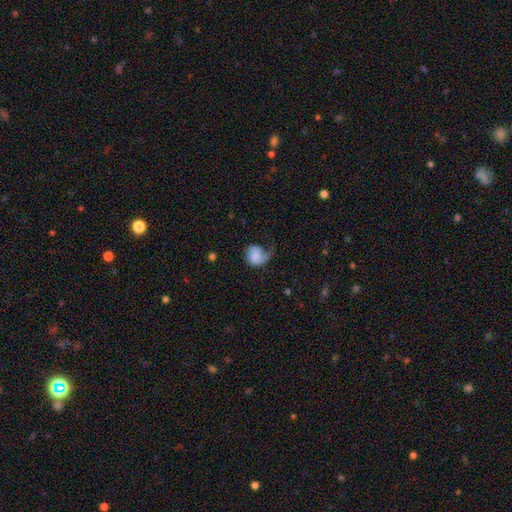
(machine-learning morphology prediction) type=featured or disk (47%); merging=major disturbance (38%).